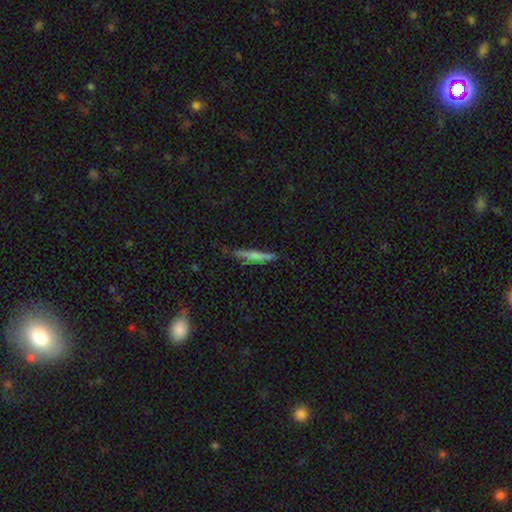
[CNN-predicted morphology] This appears to be a smooth galaxy with no disk features (60%) that is cigar-shaped (93%). Merging: none (77%).